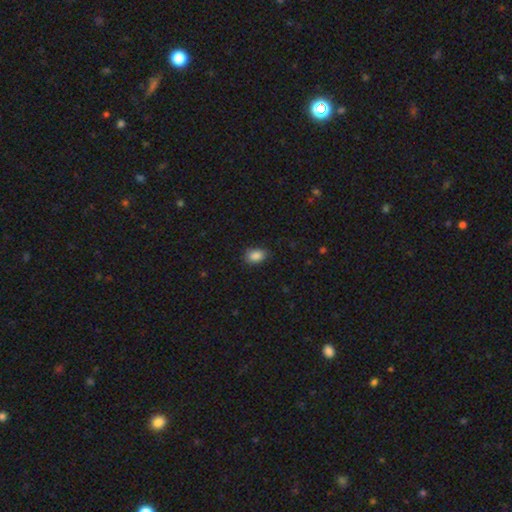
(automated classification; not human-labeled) Smooth or featured: smooth — 88% (star or artifact — 9%)
How rounded: in between — 81% (round — 18%)
Merging: none — 83% (minor disturbance — 13%)